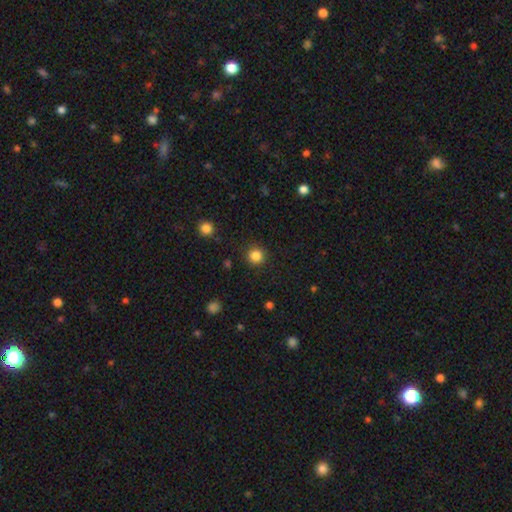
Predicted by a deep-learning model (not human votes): Smooth or featured? Predicted: smooth (p=0.84). How rounded? Predicted: round (p=0.94). Merging? Predicted: none (p=0.90).